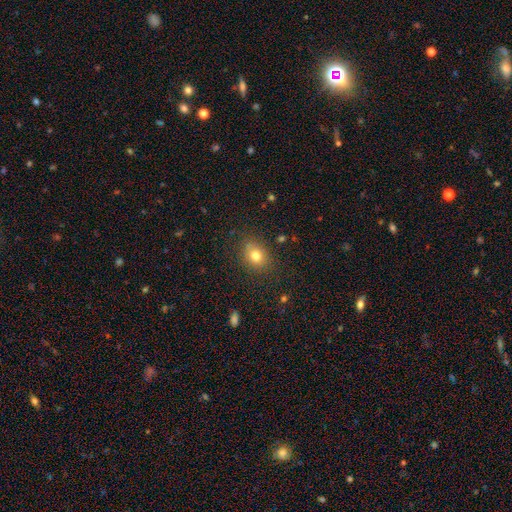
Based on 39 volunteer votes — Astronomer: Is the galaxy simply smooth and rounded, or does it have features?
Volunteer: smooth — 82%.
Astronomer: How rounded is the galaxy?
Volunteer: in between — 66%.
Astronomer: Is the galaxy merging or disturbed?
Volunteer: none — 68%.